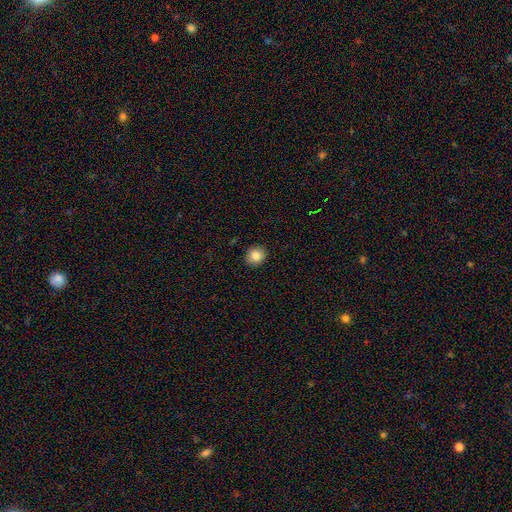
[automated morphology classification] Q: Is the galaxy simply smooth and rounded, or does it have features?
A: smooth — 85%.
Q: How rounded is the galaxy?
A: round — 84%.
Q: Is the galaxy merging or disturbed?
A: none — 91%.